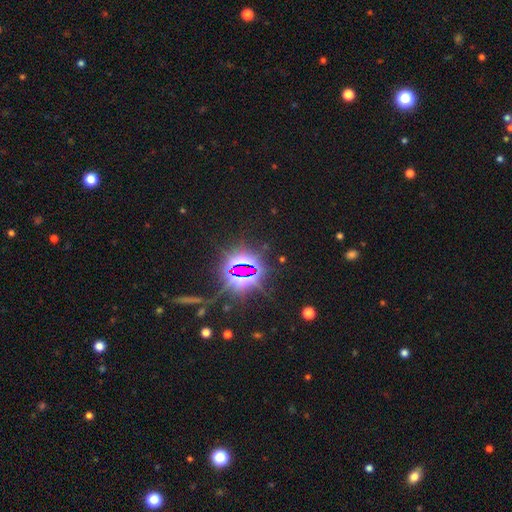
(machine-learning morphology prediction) This appears to be a star or artifact, not a galaxy (83%).